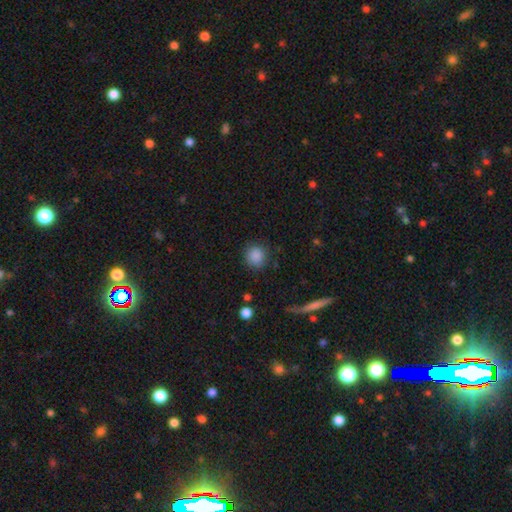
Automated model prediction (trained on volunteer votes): smooth_or_featured: smooth (p=0.86) [alt: star or artifact p=0.10]
how_rounded: round (p=0.89) [alt: in between p=0.10]
merging: none (p=0.85) [alt: minor disturbance p=0.09]